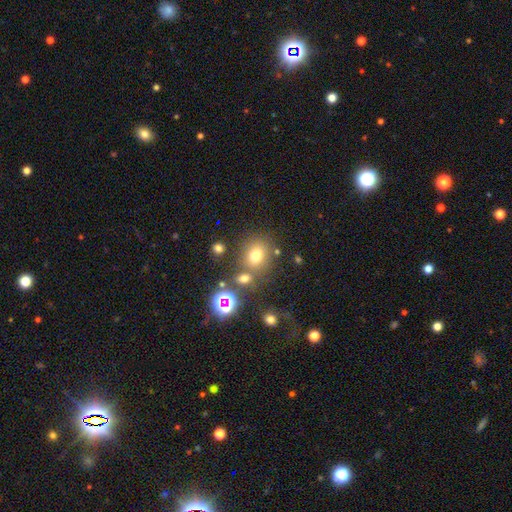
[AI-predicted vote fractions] Smooth or featured? smooth (68%)
How rounded? round (66%)
Merging? none (67%)